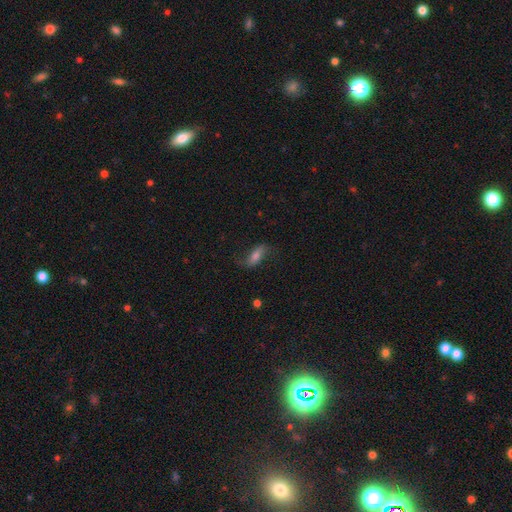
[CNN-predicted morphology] Smooth or featured: featured or disk — 49% (smooth — 41%)
Merging: none — 67% (minor disturbance — 19%)